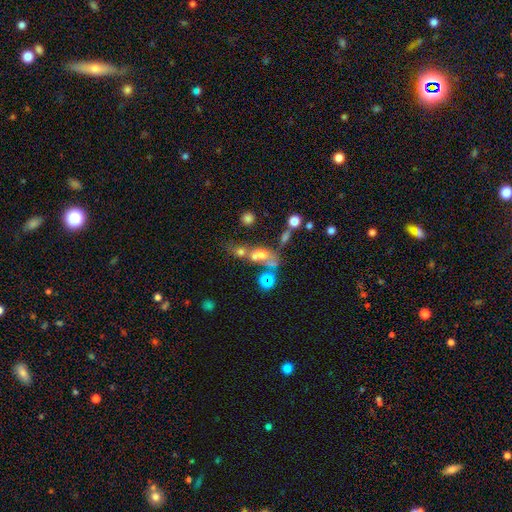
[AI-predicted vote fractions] smooth-or-featured: smooth: 39% | featured or disk: 33% | star or artifact: 28%
  merging: merger: 44% | none: 31% | major disturbance: 15% | minor disturbance: 10%